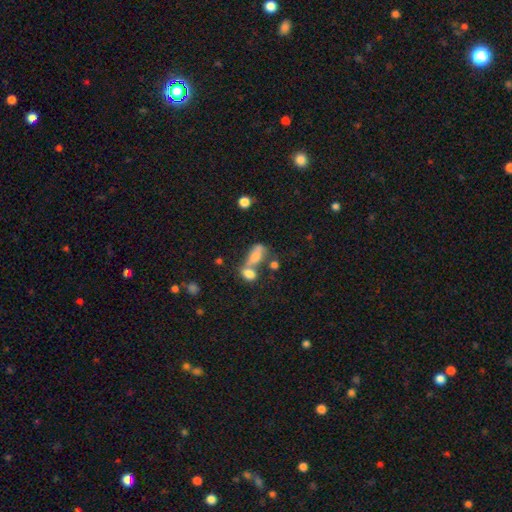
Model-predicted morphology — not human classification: This is likely a smooth galaxy (63%). How rounded: likely in between (78%). Merging: possibly merger (54%).